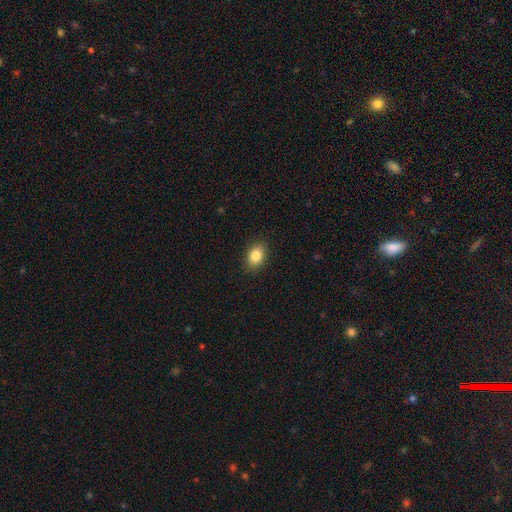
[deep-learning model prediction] smooth_or_featured: smooth (p=0.85) [alt: star or artifact p=0.09]
how_rounded: in between (p=0.69) [alt: round p=0.29]
merging: none (p=0.88) [alt: minor disturbance p=0.09]